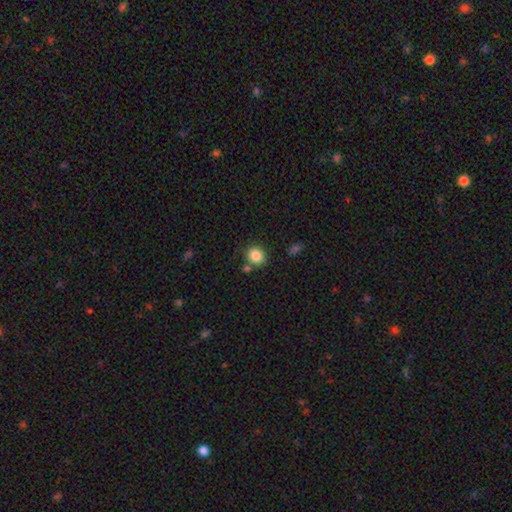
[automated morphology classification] type=smooth (85%); roundness=round (75%); merging=none (74%).